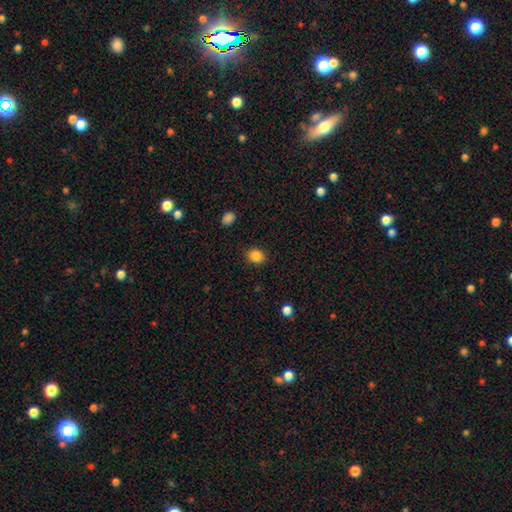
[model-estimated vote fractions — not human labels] smooth-or-featured: smooth: 85% | star or artifact: 10% | featured or disk: 5%
  how-rounded: round: 53% | in between: 46% | cigar-shaped: 1%
  merging: none: 88% | minor disturbance: 9% | major disturbance: 2% | merger: 1%